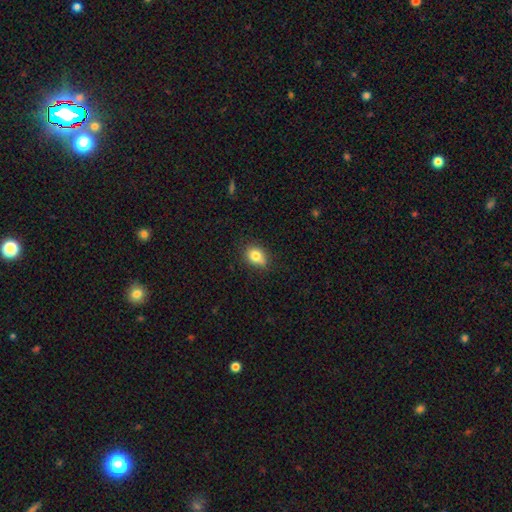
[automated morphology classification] Smooth or featured?
  - smooth: 80% *
  - star or artifact: 10%
  - featured or disk: 10%
How rounded?
  - in between: 57% *
  - round: 42%
  - cigar-shaped: 2%
Merging?
  - none: 69% *
  - minor disturbance: 24%
  - major disturbance: 4%
  - merger: 3%